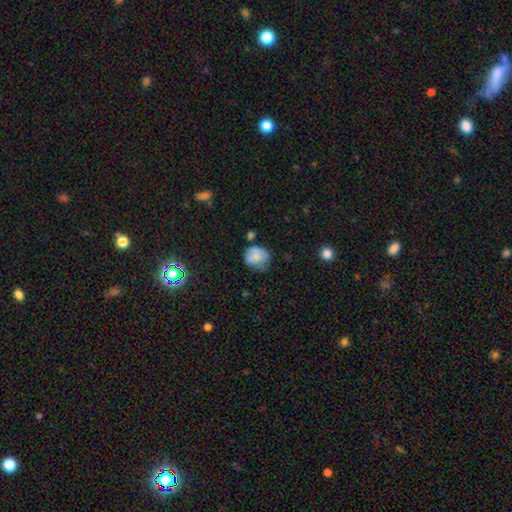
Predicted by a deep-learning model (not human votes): Smooth or featured?
  - smooth: 70% *
  - featured or disk: 20%
  - star or artifact: 10%
How rounded?
  - round: 63% *
  - in between: 36%
  - cigar-shaped: 1%
Merging?
  - none: 46% *
  - minor disturbance: 32%
  - major disturbance: 14%
  - merger: 8%